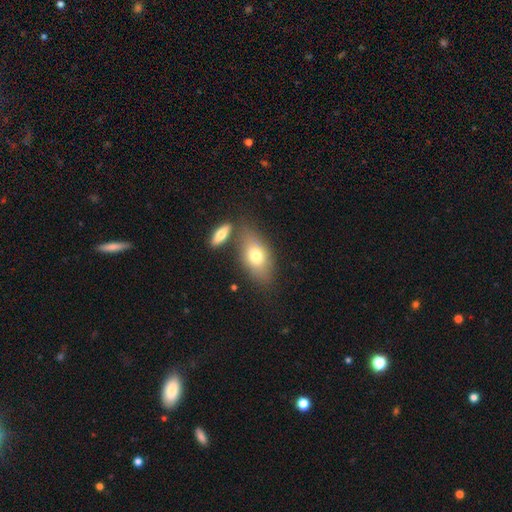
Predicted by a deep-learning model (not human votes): A smooth galaxy with no disk features (73%) that is in between round and cigar-shaped (86%). Merging: none (62%).